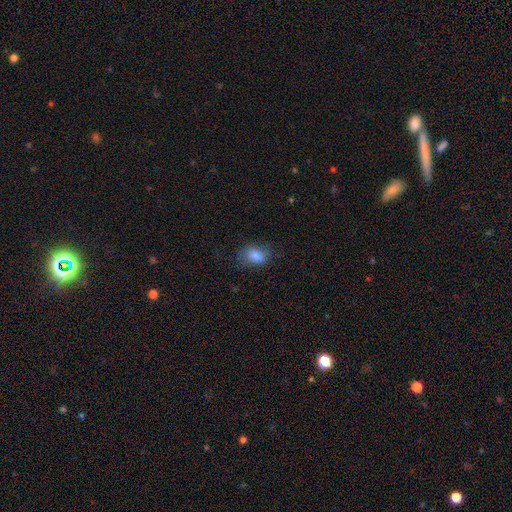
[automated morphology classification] smooth_or_featured: smooth (p=0.80) [alt: featured or disk p=0.11]
how_rounded: in between (p=0.75) [alt: round p=0.23]
merging: none (p=0.65) [alt: minor disturbance p=0.24]